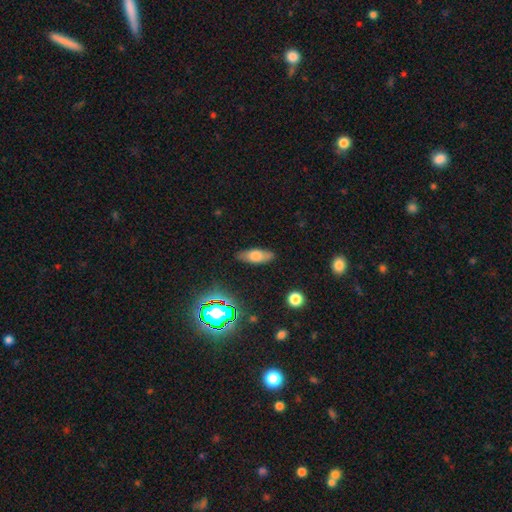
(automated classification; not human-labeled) A smooth galaxy with no disk features (67%) that is in between round and cigar-shaped (72%). Merging: none (84%).